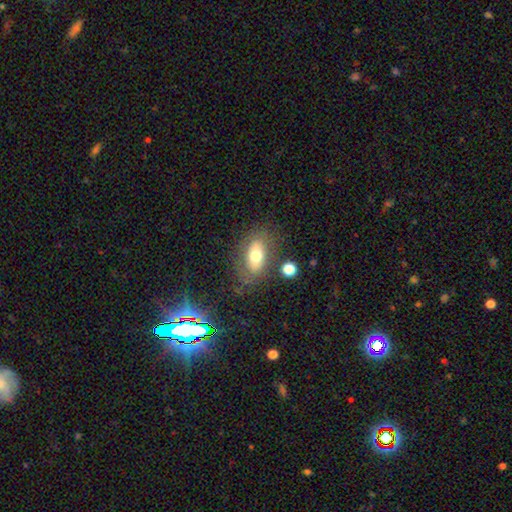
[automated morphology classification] Smooth or featured: smooth — 61% (featured or disk — 30%)
How rounded: in between — 86% (round — 9%)
Merging: none — 70% (minor disturbance — 16%)